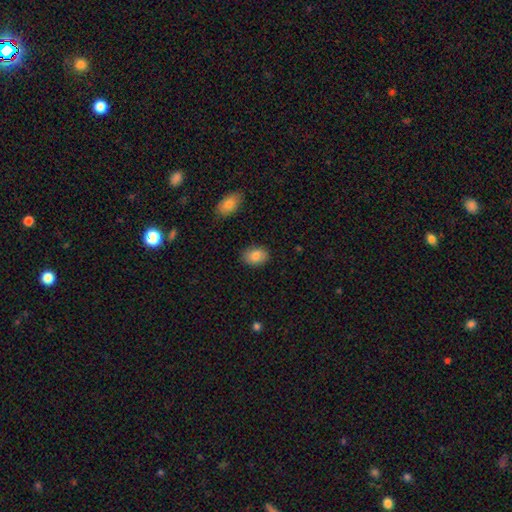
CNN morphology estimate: Overall: smooth (85%). How rounded: in between (78%). Merging: none (86%).